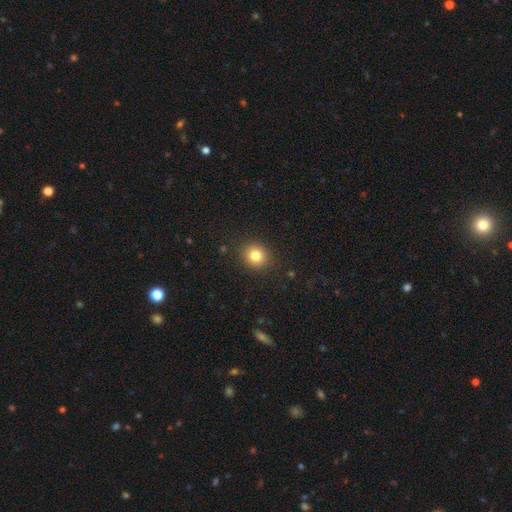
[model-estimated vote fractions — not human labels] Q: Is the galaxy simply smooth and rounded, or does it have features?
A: smooth — 82%.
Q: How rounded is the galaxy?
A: round — 81%.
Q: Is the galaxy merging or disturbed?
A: none — 89%.